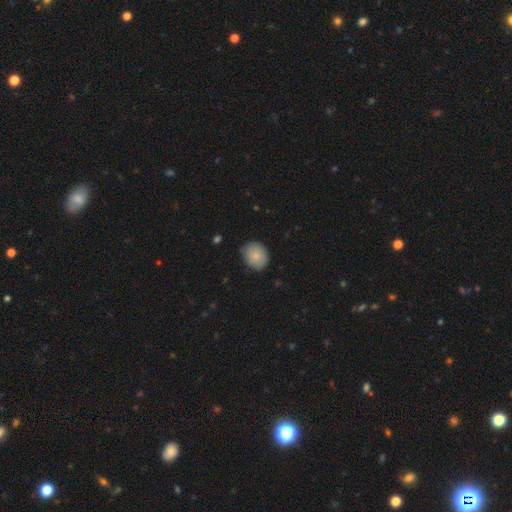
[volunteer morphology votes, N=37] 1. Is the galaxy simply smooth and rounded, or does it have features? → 78% smooth, 14% featured or disk, 8% star or artifact.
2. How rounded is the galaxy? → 59% round, 41% in between, 0% cigar-shaped.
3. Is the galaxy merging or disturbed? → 62% none, 35% minor disturbance, 3% major disturbance, 0% merger.